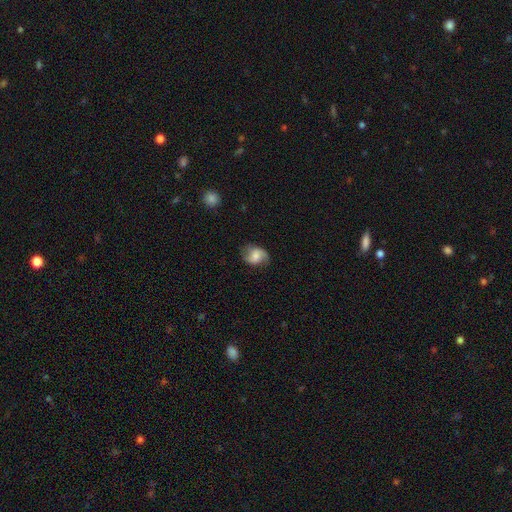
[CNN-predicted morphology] This is possibly a smooth galaxy (50%). How rounded: likely in between (60%). Merging: likely none (70%).